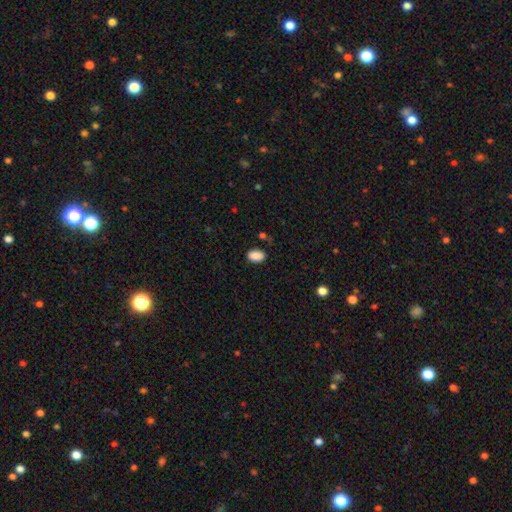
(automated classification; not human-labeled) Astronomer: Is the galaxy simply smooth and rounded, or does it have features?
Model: smooth — 89%.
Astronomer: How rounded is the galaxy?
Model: in between — 90%.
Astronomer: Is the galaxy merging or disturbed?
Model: none — 83%.